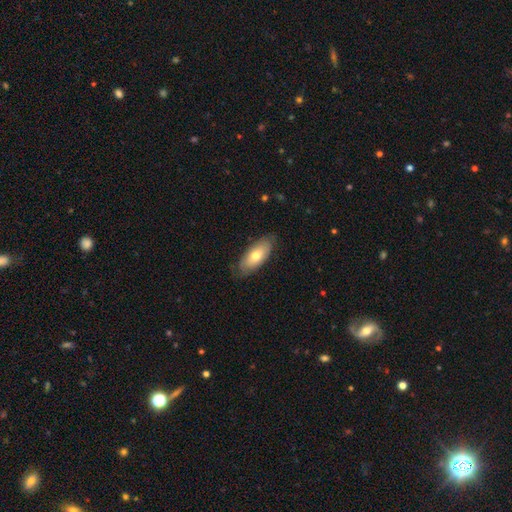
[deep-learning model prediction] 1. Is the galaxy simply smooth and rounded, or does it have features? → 66% smooth, 28% featured or disk, 6% star or artifact.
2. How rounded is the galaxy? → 85% in between, 13% cigar-shaped, 3% round.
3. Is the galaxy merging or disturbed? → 80% none, 16% minor disturbance, 3% major disturbance, 1% merger.